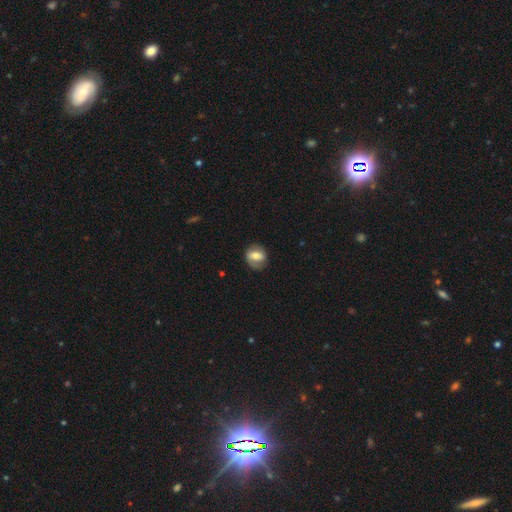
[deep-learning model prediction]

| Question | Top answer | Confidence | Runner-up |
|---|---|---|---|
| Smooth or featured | smooth | 56% | featured or disk (36%) |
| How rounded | round | 55% | in between (43%) |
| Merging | none | 75% | minor disturbance (17%) |